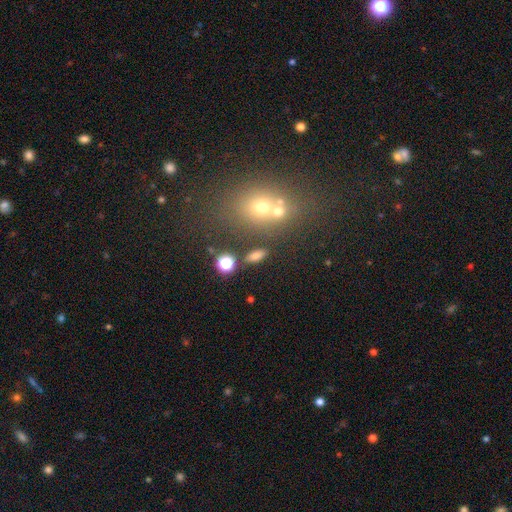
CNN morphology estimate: smooth_or_featured: smooth (p=0.74) [alt: star or artifact p=0.15]
how_rounded: in between (p=0.67) [alt: cigar-shaped p=0.21]
merging: none (p=0.78) [alt: minor disturbance p=0.10]